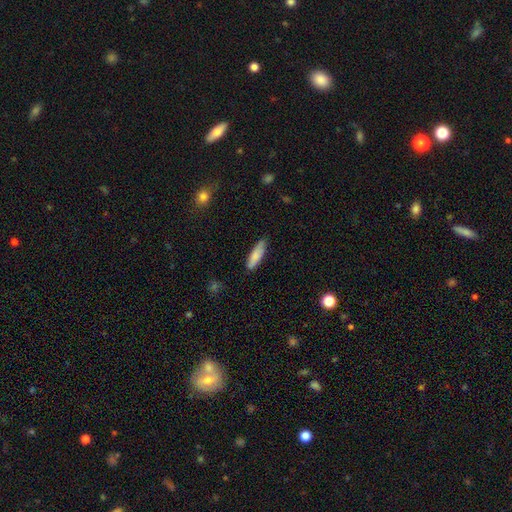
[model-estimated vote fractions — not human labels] Smooth or featured?
  - smooth: 84% *
  - featured or disk: 11%
  - star or artifact: 6%
How rounded?
  - cigar-shaped: 56% *
  - in between: 43%
  - round: 2%
Merging?
  - none: 81% *
  - minor disturbance: 15%
  - major disturbance: 2%
  - merger: 1%